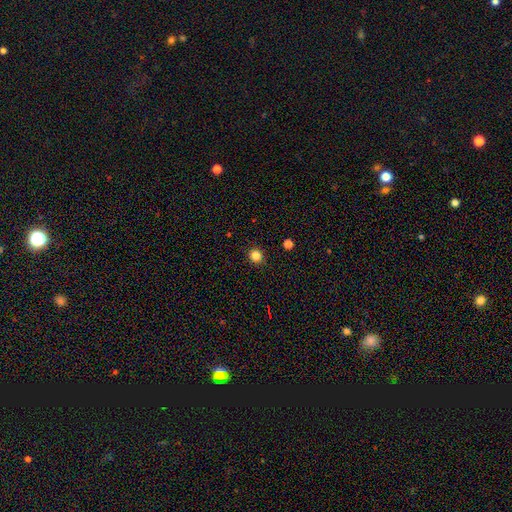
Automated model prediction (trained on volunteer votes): Smooth or featured?
  - smooth: 83% *
  - star or artifact: 13%
  - featured or disk: 4%
How rounded?
  - round: 91% *
  - in between: 8%
  - cigar-shaped: 1%
Merging?
  - none: 92% *
  - minor disturbance: 6%
  - major disturbance: 2%
  - merger: 1%